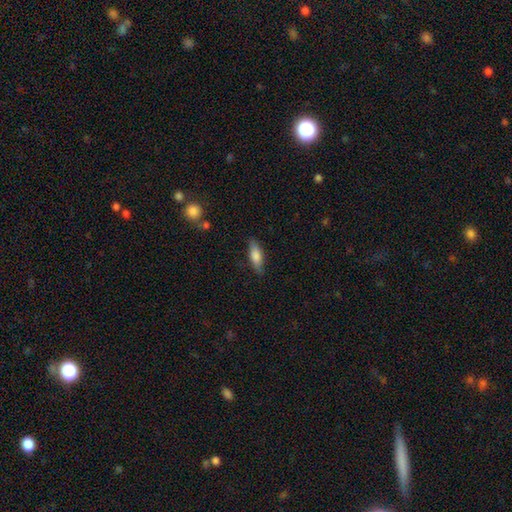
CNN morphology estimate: A smooth galaxy with no disk features (77%) that is in between round and cigar-shaped (58%). Merging: none (82%).